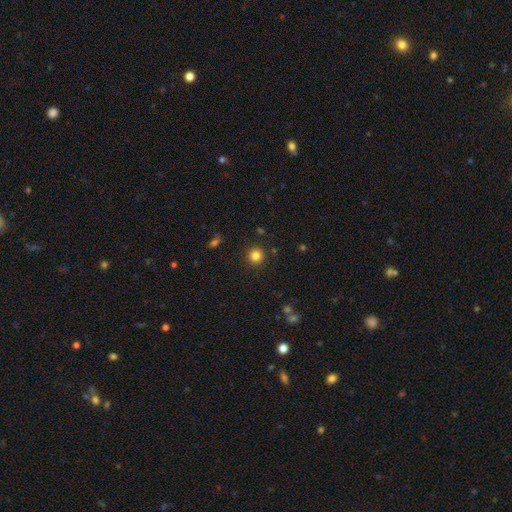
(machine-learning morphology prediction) This appears to be a smooth galaxy with no disk features (83%) that is round (95%). Merging: none (91%).